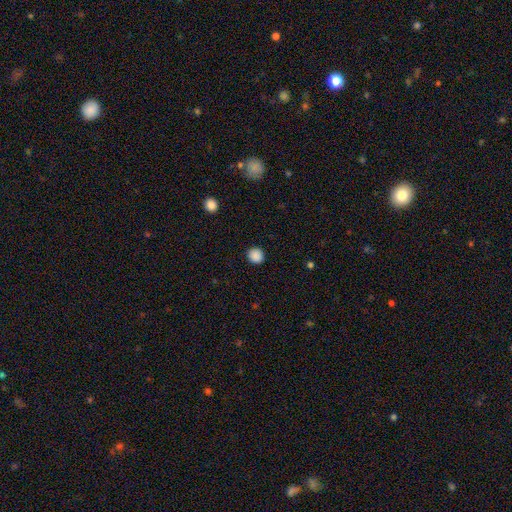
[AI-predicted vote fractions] smooth-or-featured: smooth: 88% | star or artifact: 9% | featured or disk: 2%
  how-rounded: round: 90% | in between: 9% | cigar-shaped: 1%
  merging: none: 92% | minor disturbance: 5% | major disturbance: 2% | merger: 1%